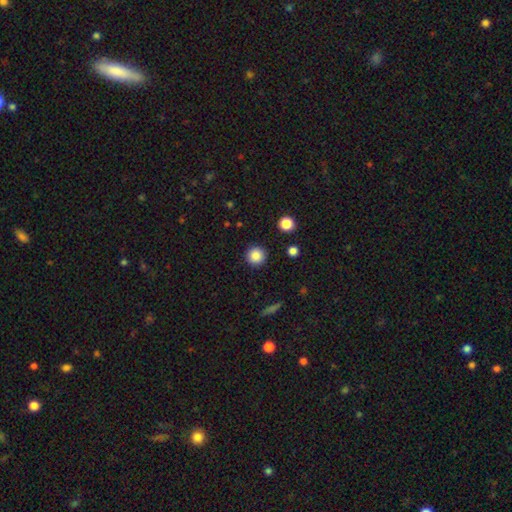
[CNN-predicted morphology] Smooth or featured: smooth — 86% (star or artifact — 10%)
How rounded: round — 95% (in between — 4%)
Merging: none — 91% (minor disturbance — 5%)